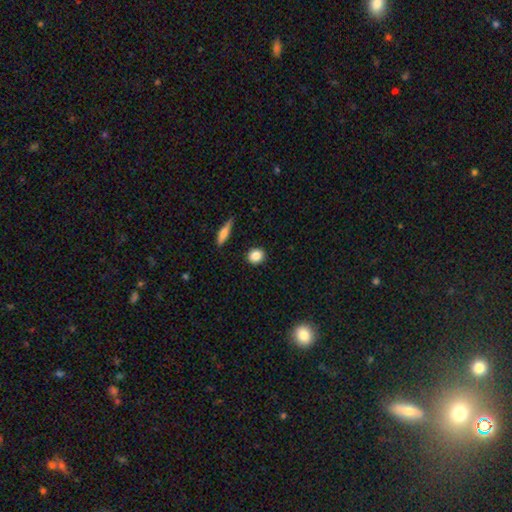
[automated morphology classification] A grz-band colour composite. It shows a smooth galaxy with no disk features (85%) that is round (81%). Merging: none (90%).